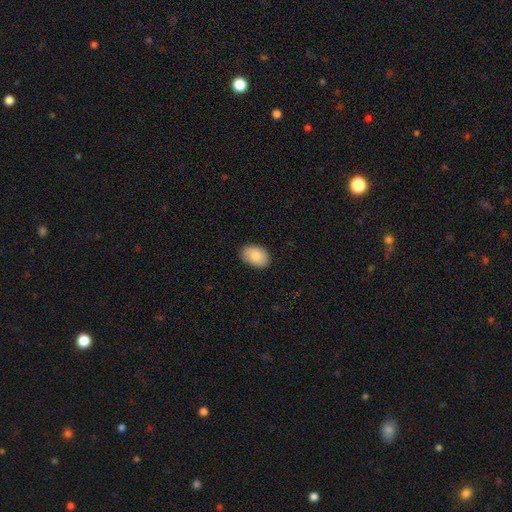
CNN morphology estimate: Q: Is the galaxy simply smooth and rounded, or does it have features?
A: smooth — 83%.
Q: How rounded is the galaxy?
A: in between — 83%.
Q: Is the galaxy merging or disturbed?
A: none — 83%.